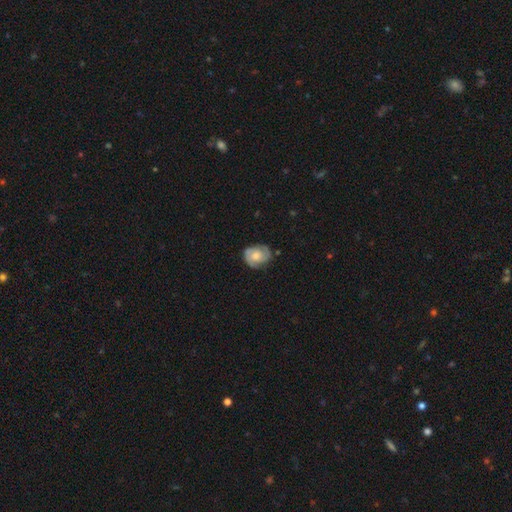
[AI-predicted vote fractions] featured or disk 62%, smooth 32%, star or artifact 7%. Down the decision tree: edge-on disk — no (97%); bar — no (73%); spiral arms — yes (89%); spiral arm count — 2 (67%); spiral winding — tight (54%); bulge size — moderate (51%); merging — none (72%).